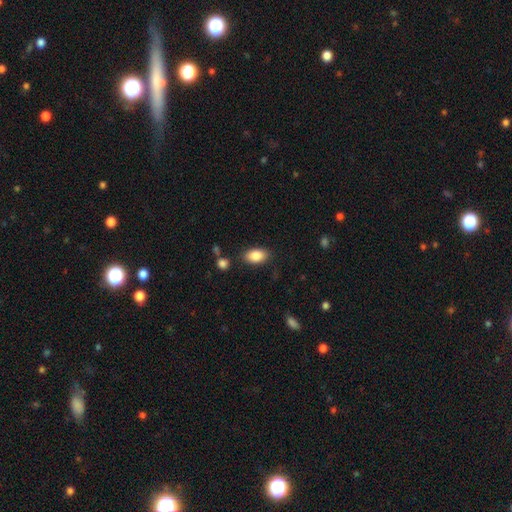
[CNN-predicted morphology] The model was most divided on "merging": none: 82%, minor disturbance: 12%, major disturbance: 3%, merger: 3%. More confident: how rounded — in between (91%); smooth or featured — smooth (86%).